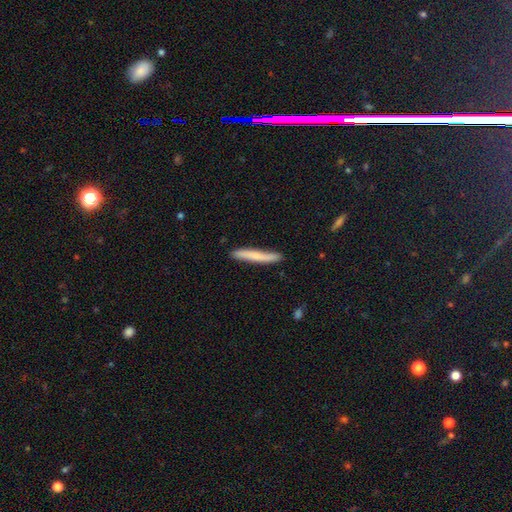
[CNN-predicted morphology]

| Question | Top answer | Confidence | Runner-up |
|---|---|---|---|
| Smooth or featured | smooth | 65% | featured or disk (30%) |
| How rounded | cigar-shaped | 95% | in between (3%) |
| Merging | none | 86% | minor disturbance (11%) |